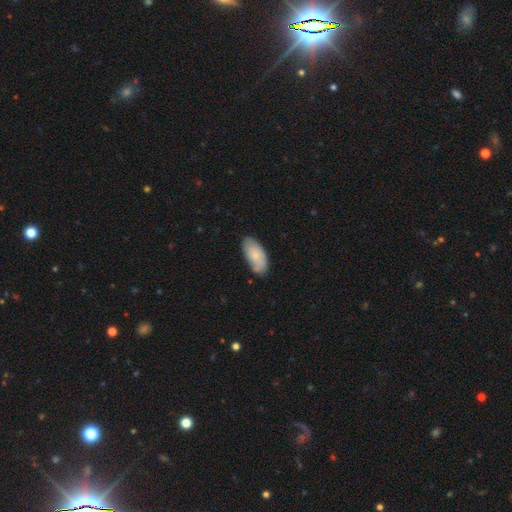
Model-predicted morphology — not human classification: The model was most divided on "merging": none: 72%, minor disturbance: 21%, major disturbance: 4%, merger: 3%. More confident: how rounded — in between (93%); smooth or featured — smooth (78%).